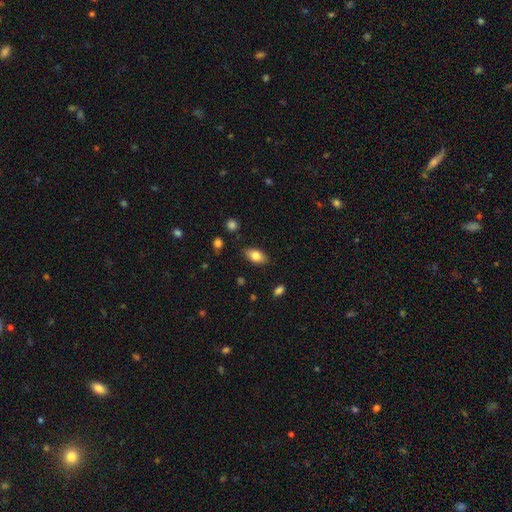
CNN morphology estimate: A smooth galaxy with no disk features (79%) that is in between round and cigar-shaped (89%).

Vote fractions:
- Smooth or featured? smooth: 79% / featured or disk: 13% / star or artifact: 7%
- How rounded? in between: 89% / cigar-shaped: 6% / round: 5%
- Merging? none: 85% / minor disturbance: 11% / major disturbance: 3% / merger: 2%